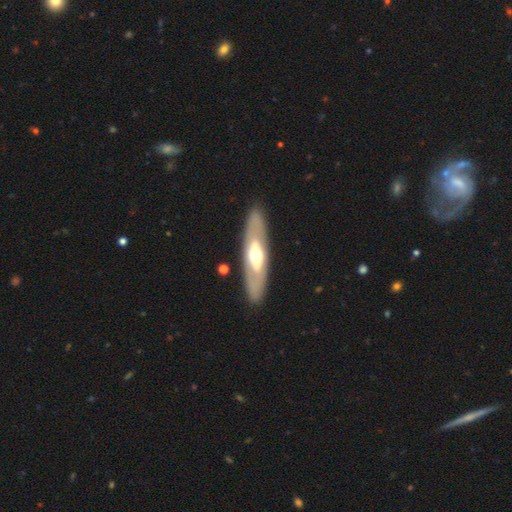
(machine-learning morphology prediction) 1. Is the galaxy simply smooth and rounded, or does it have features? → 59% featured or disk, 36% smooth, 5% star or artifact.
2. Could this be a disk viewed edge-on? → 64% no, 36% yes.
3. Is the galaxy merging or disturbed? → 87% none, 9% minor disturbance, 3% major disturbance, 1% merger.